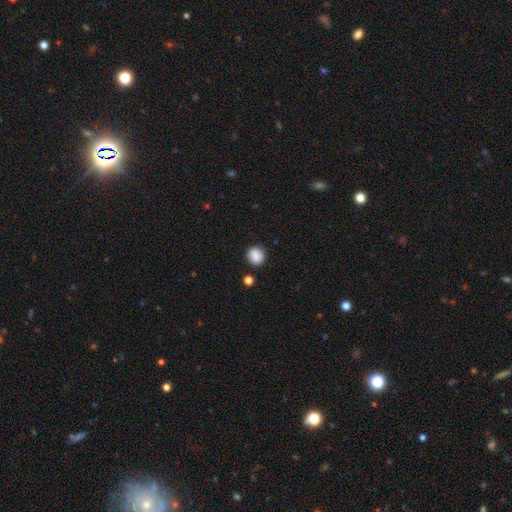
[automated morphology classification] Smooth or featured? Predicted: smooth (p=0.85). How rounded? Predicted: round (p=0.73). Merging? Predicted: none (p=0.80).